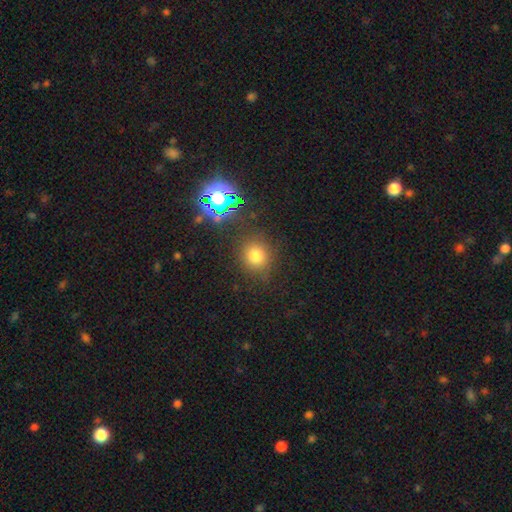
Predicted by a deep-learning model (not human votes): Smooth or featured? Predicted: smooth (p=0.72). How rounded? Predicted: round (p=0.83). Merging? Predicted: none (p=0.83).